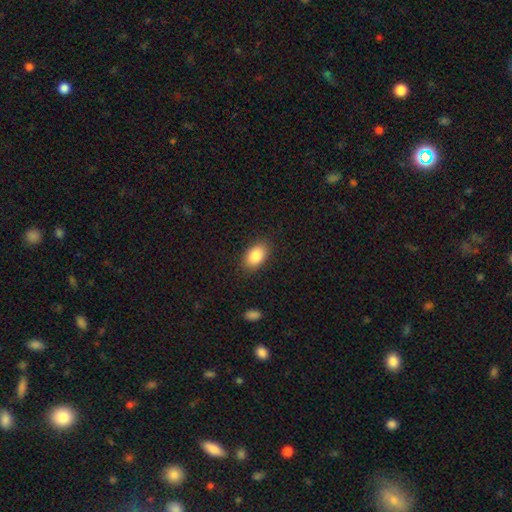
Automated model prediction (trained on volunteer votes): This appears to be a smooth galaxy with no disk features (86%) that is in between round and cigar-shaped (91%). Merging: none (86%).